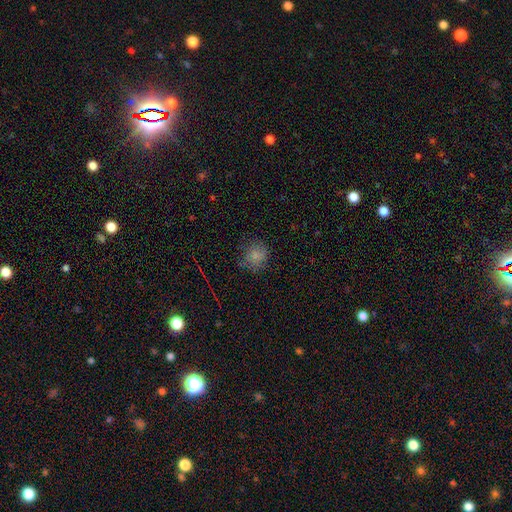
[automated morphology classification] Smooth or featured? smooth (75%)
How rounded? round (85%)
Merging? none (72%)